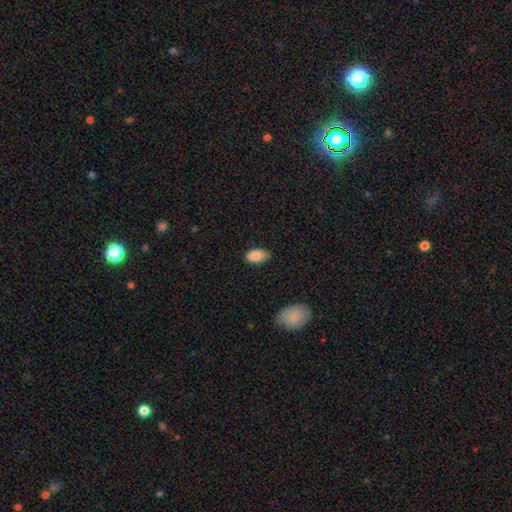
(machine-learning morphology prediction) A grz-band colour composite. It shows a smooth galaxy with no disk features (88%) that is in between round and cigar-shaped (94%). Merging: none (74%).